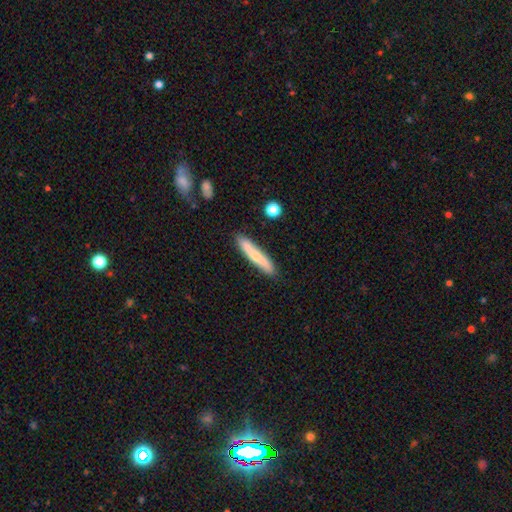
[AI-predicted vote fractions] Q: Smooth or featured?
A: smooth (57%); runner-up: featured or disk (37%)
Q: How rounded?
A: cigar-shaped (91%); runner-up: in between (7%)
Q: Merging?
A: none (85%); runner-up: minor disturbance (11%)